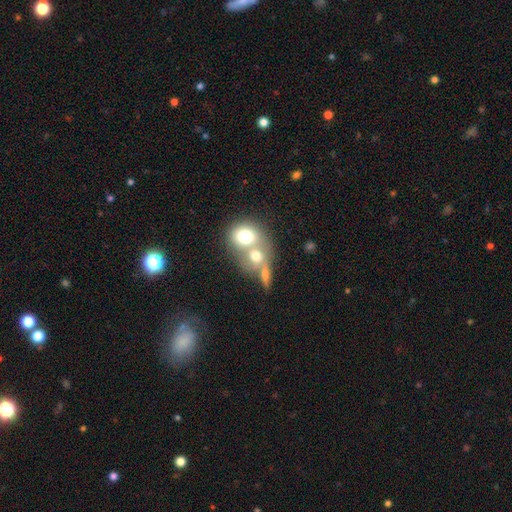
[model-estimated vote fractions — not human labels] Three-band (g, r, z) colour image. It shows a smooth galaxy with no disk features (65%) that is round (63%). Merging: merger (67%).